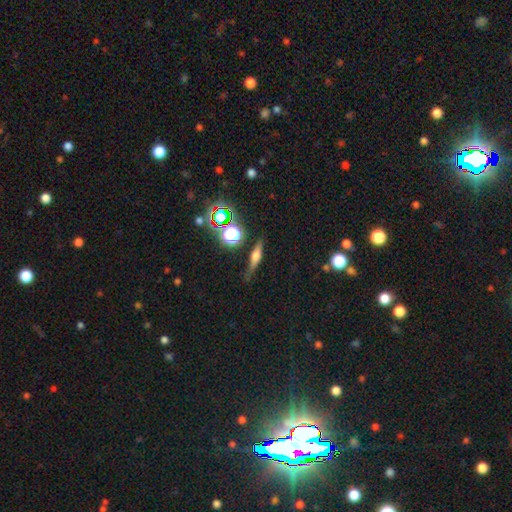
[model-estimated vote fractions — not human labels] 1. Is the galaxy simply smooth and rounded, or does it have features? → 46% featured or disk, 38% smooth, 16% star or artifact.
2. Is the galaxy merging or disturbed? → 75% none, 17% minor disturbance, 5% major disturbance, 3% merger.